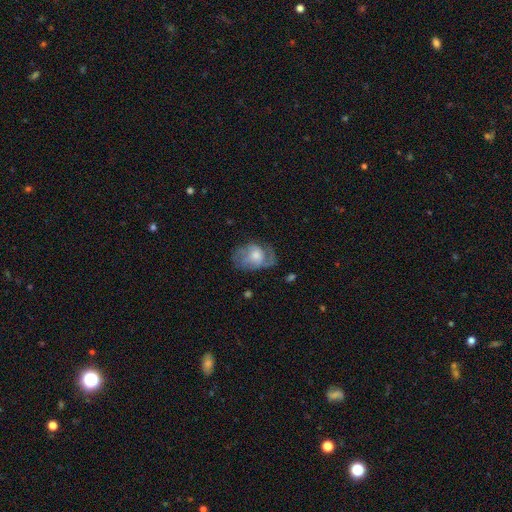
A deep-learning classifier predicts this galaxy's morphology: Q: Smooth or featured?
A: featured or disk (48%); runner-up: smooth (45%)
Q: Merging?
A: none (44%); runner-up: minor disturbance (28%)